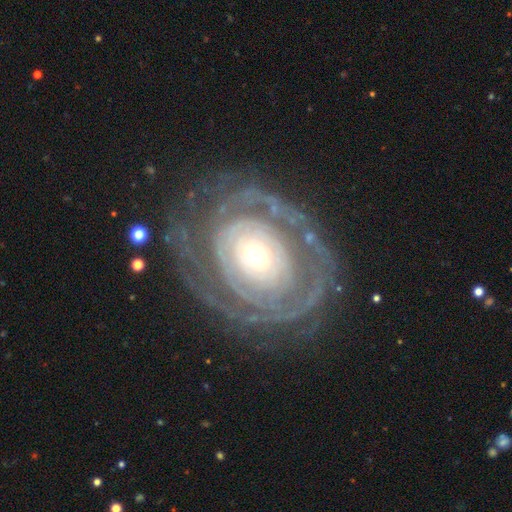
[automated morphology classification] A featured or disk galaxy (82%) with no bar (81%), tight (78%) spiral arms (78%) and a moderate central bulge (50%).

Vote fractions:
- Smooth or featured? featured or disk: 82% / smooth: 12% / star or artifact: 6%
- Edge-on disk? no: 95% / yes: 5%
- Bar? no: 81% / weak: 12% / strong: 7%
- Spiral arms? yes: 78% / no: 22%
- Spiral winding? tight: 78% / medium: 15% / loose: 7%
- Spiral arm count? can't tell: 44% / 2: 18% / 3: 12% / more than 4: 10% / 4: 9% / 1: 8%
- Bulge size? moderate: 50% / small: 35% / large: 12% / dominant: 2% / none: 1%
- Merging? none: 71% / minor disturbance: 16% / major disturbance: 12% / merger: 2%